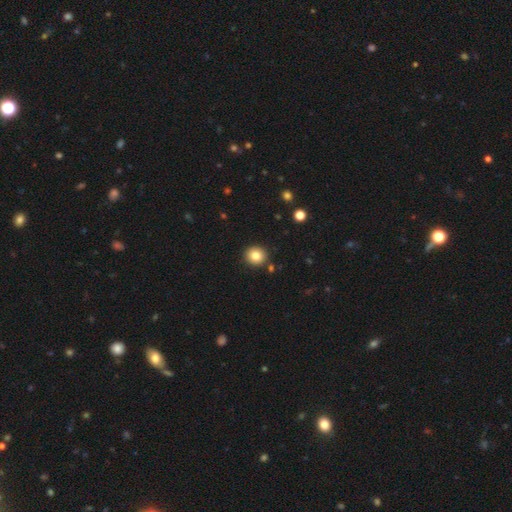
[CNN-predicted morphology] Smooth or featured? Predicted: smooth (p=0.83). How rounded? Predicted: round (p=0.87). Merging? Predicted: none (p=0.89).